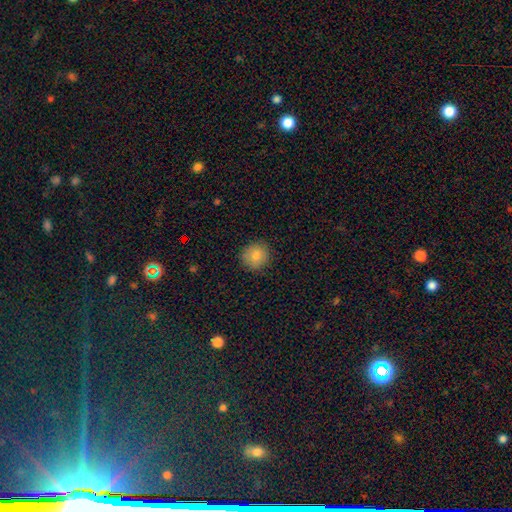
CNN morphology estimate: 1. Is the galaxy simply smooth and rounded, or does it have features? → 82% smooth, 10% featured or disk, 9% star or artifact.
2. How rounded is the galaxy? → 89% round, 10% in between, 1% cigar-shaped.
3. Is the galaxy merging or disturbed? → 87% none, 10% minor disturbance, 2% major disturbance, 1% merger.